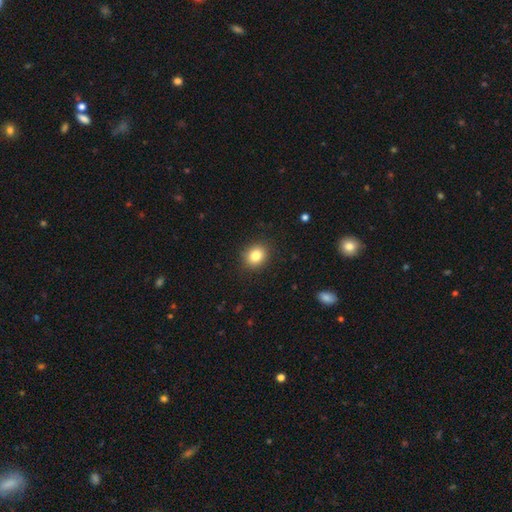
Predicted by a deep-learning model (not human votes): Q: Smooth or featured?
A: smooth (83%); runner-up: star or artifact (10%)
Q: How rounded?
A: round (72%); runner-up: in between (27%)
Q: Merging?
A: none (90%); runner-up: minor disturbance (7%)